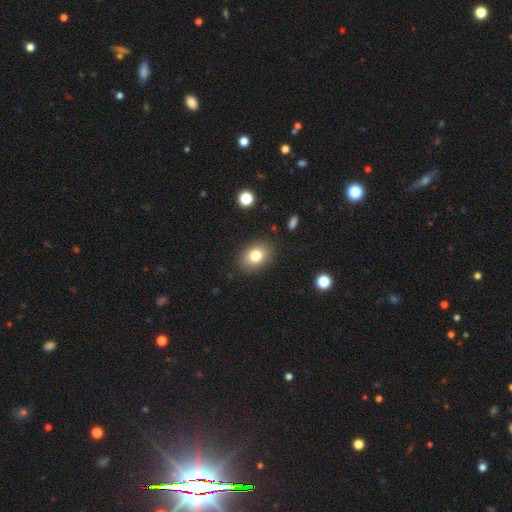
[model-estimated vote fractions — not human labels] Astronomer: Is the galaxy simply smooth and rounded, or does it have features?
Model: smooth — 79%.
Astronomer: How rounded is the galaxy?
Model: in between — 66%.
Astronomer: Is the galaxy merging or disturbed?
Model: none — 86%.